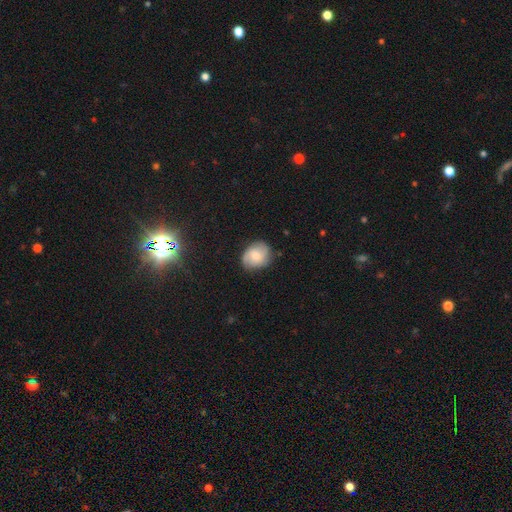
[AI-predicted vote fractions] Overall: featured or disk (47%; smooth 45%). Merging: none (75%).